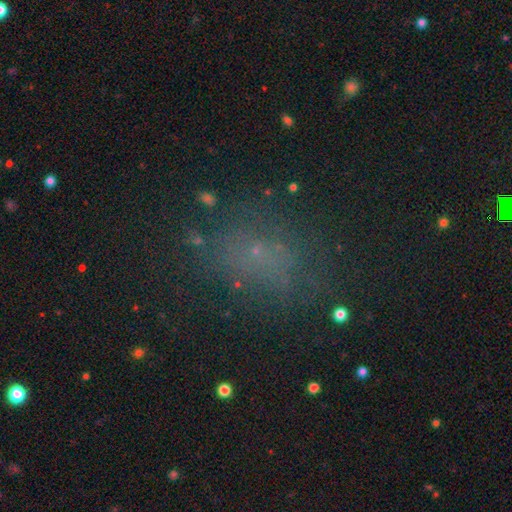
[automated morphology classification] A smooth galaxy with no disk features (51%) that is in between round and cigar-shaped (62%). Merging: none (64%).